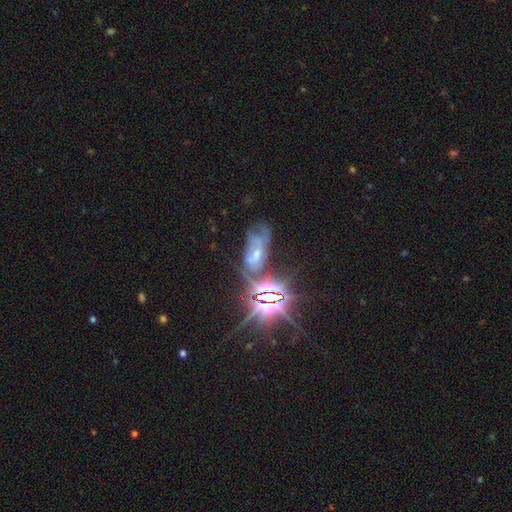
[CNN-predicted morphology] This is possibly a star or artifact rather than a galaxy (49%).